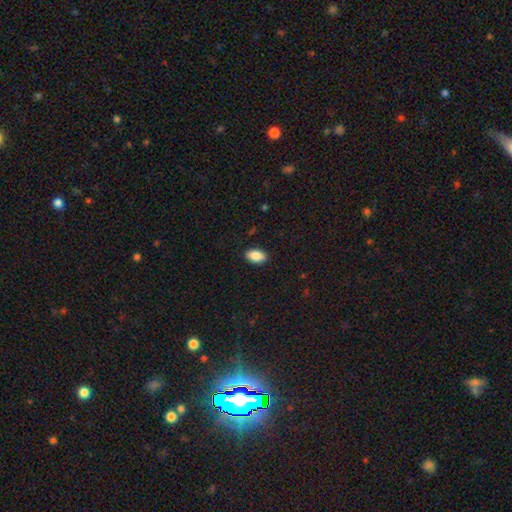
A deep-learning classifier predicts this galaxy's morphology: type=smooth (87%); roundness=in between (92%); merging=none (89%).